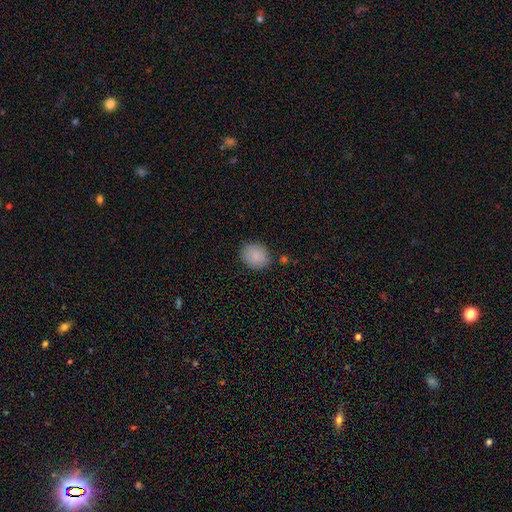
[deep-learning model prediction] Overall: smooth (86%). How rounded: round (65%; in between 34%). Merging: none (84%).